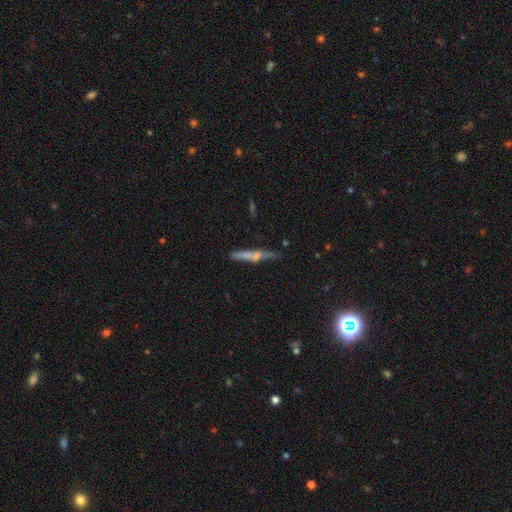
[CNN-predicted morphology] Smooth or featured?
  - featured or disk: 59% *
  - smooth: 26%
  - star or artifact: 15%
Edge-on disk?
  - yes: 93% *
  - no: 7%
Edge-on bulge?
  - rounded: 70% *
  - none: 22%
  - boxy: 8%
Merging?
  - none: 83% *
  - minor disturbance: 11%
  - major disturbance: 3%
  - merger: 2%